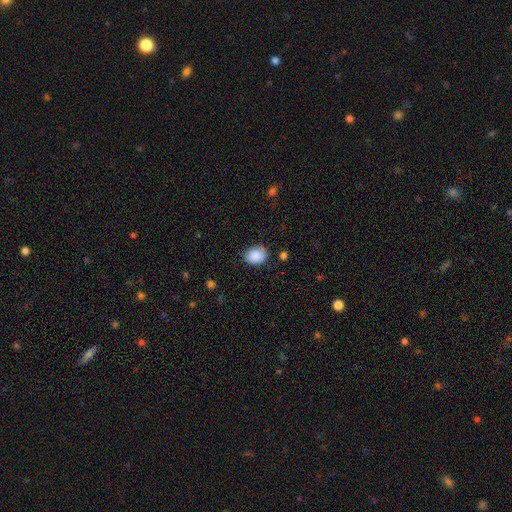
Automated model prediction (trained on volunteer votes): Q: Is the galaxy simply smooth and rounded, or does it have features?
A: smooth — 88%.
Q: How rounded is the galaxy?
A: in between — 56%.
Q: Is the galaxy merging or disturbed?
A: none — 75%.